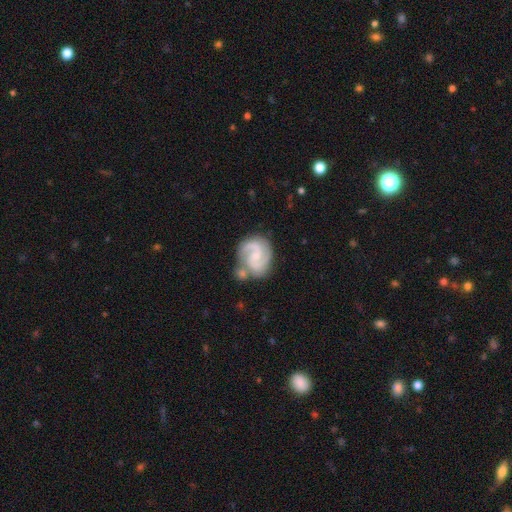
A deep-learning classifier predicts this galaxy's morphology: Smooth or featured: featured or disk — 88% (smooth — 7%)
Edge-on disk: no — 98% (yes — 2%)
Bar: no — 54% (weak — 38%)
Spiral arms: yes — 98% (no — 2%)
Spiral winding: medium — 55% (tight — 33%)
Spiral arm count: 2 — 88% (3 — 5%)
Bulge size: small — 64% (moderate — 28%)
Merging: none — 61% (minor disturbance — 17%)